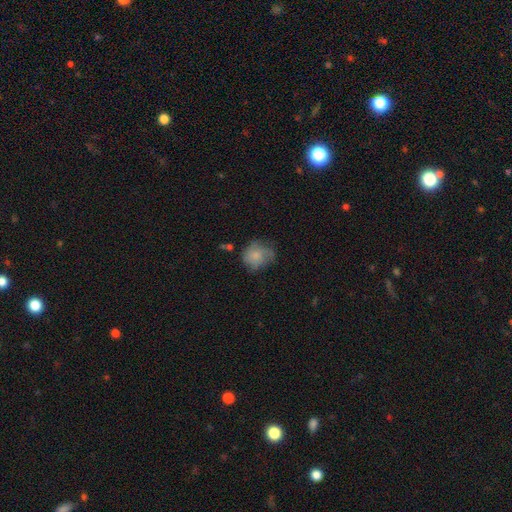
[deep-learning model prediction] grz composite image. It shows a smooth galaxy with no disk features (64%) that is round (71%). Merging: none (52%).